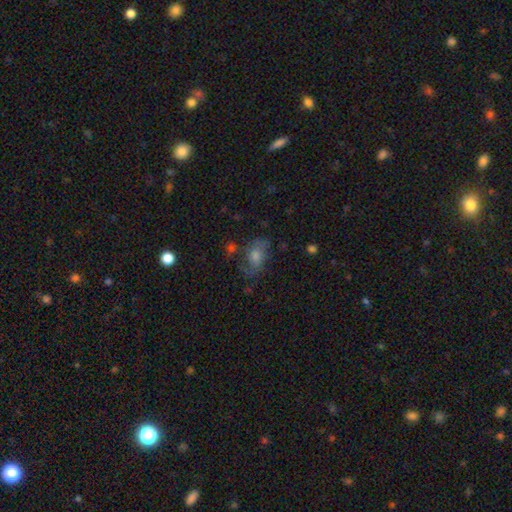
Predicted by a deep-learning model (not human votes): Morphology: type=featured or disk (45%); merging=none (60%).